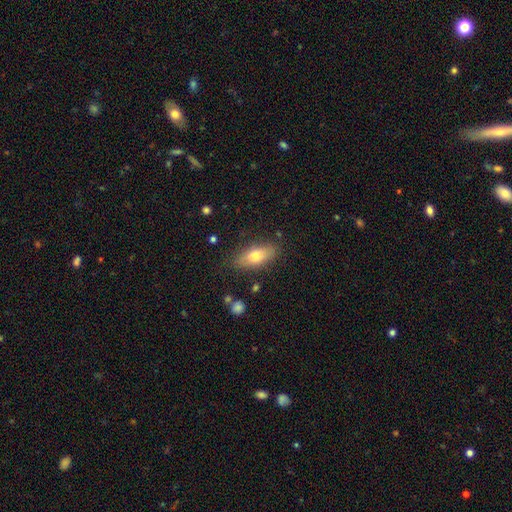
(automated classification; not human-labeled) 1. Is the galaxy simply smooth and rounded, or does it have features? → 69% smooth, 24% featured or disk, 7% star or artifact.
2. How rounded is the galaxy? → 75% in between, 22% cigar-shaped, 3% round.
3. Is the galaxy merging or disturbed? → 83% none, 12% minor disturbance, 3% major disturbance, 2% merger.